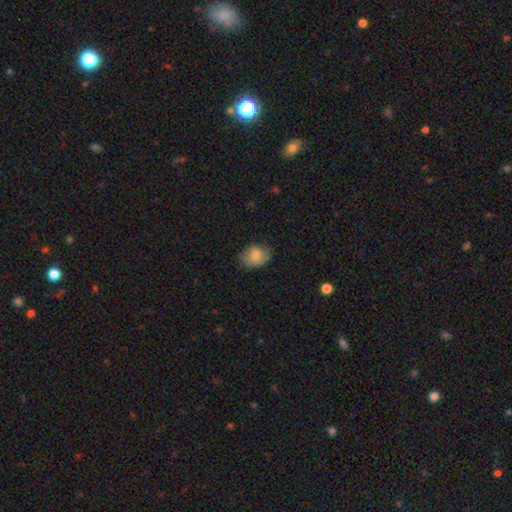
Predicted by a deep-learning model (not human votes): Q: Smooth or featured?
A: smooth (75%); runner-up: featured or disk (17%)
Q: How rounded?
A: in between (61%); runner-up: round (38%)
Q: Merging?
A: none (69%); runner-up: minor disturbance (23%)